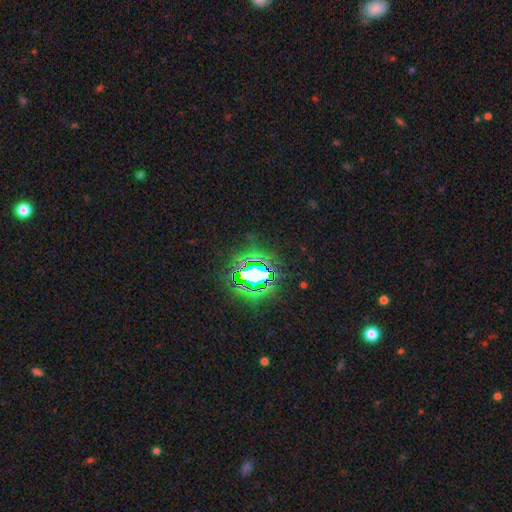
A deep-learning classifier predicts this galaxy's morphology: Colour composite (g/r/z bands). It shows a star or artifact, not a galaxy (81%).